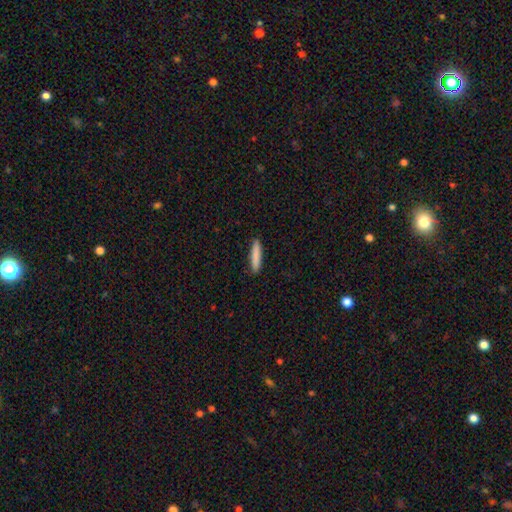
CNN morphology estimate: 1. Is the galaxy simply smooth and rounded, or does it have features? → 86% smooth, 8% featured or disk, 6% star or artifact.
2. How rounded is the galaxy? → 89% cigar-shaped, 10% in between, 1% round.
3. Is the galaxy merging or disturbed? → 90% none, 7% minor disturbance, 2% major disturbance, 1% merger.